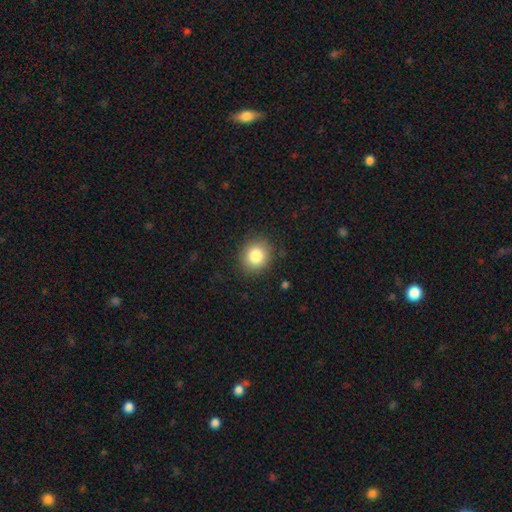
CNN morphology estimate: type=smooth (84%); roundness=round (84%); merging=none (88%).